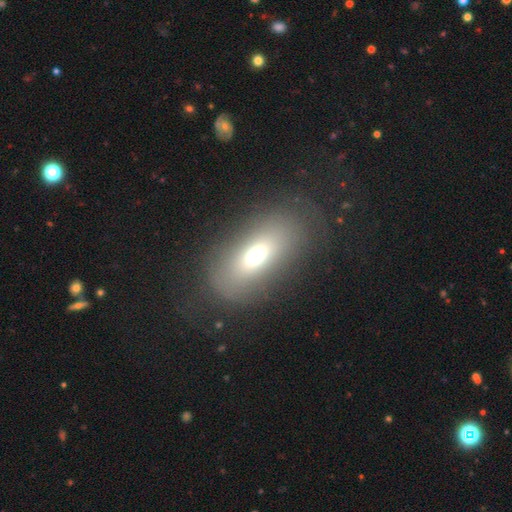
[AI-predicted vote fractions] Overall: smooth (64%). How rounded: in between (83%). Merging: none (72%).